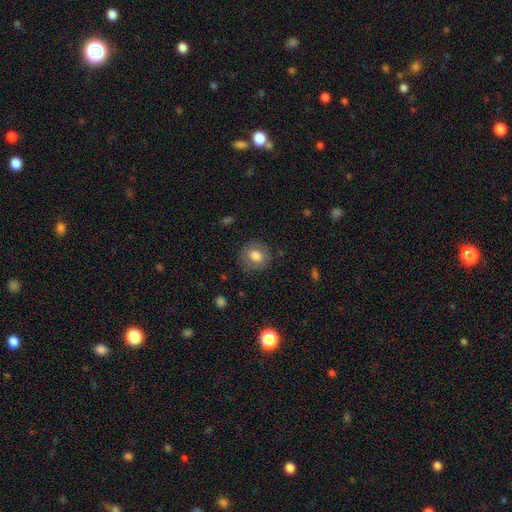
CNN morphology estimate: A smooth galaxy with no disk features (75%) that is round (85%). Merging: none (83%).